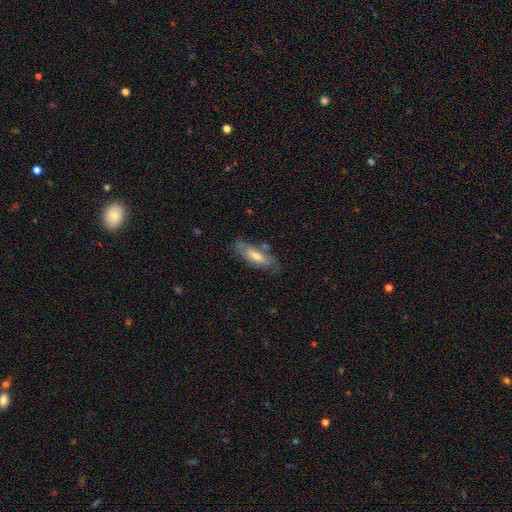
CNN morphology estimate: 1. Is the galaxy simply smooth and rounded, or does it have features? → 52% smooth, 41% featured or disk, 7% star or artifact.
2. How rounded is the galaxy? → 53% in between, 45% cigar-shaped, 2% round.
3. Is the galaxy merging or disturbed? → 71% none, 20% minor disturbance, 6% major disturbance, 4% merger.